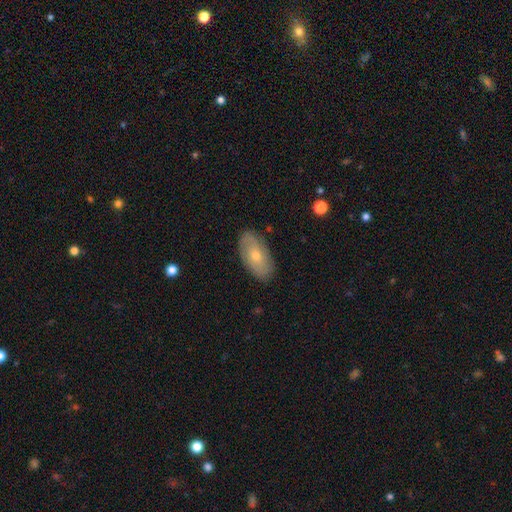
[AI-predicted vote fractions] smooth-or-featured: smooth: 51% | featured or disk: 41% | star or artifact: 7%
  how-rounded: in between: 92% | round: 4% | cigar-shaped: 4%
  merging: none: 85% | minor disturbance: 11% | major disturbance: 2% | merger: 1%